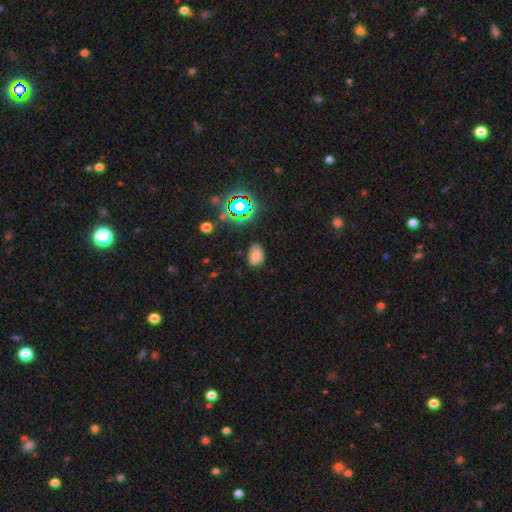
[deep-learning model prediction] Smooth or featured?
  - smooth: 70% *
  - star or artifact: 21%
  - featured or disk: 9%
How rounded?
  - in between: 79% *
  - round: 20%
  - cigar-shaped: 1%
Merging?
  - none: 76% *
  - minor disturbance: 18%
  - major disturbance: 4%
  - merger: 2%